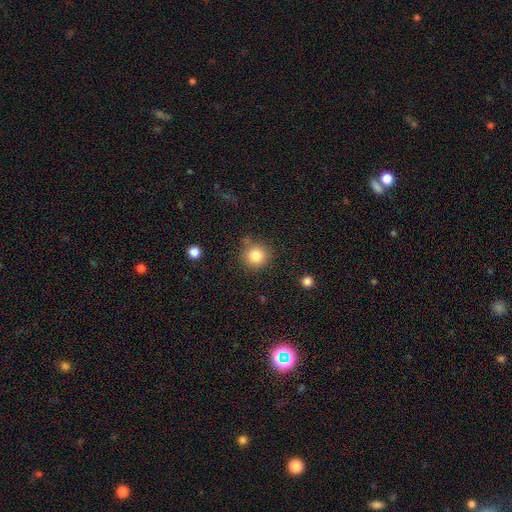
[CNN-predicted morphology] smooth 83%, star or artifact 11%, featured or disk 6%. Down the decision tree: how rounded — round (92%); merging — none (81%).